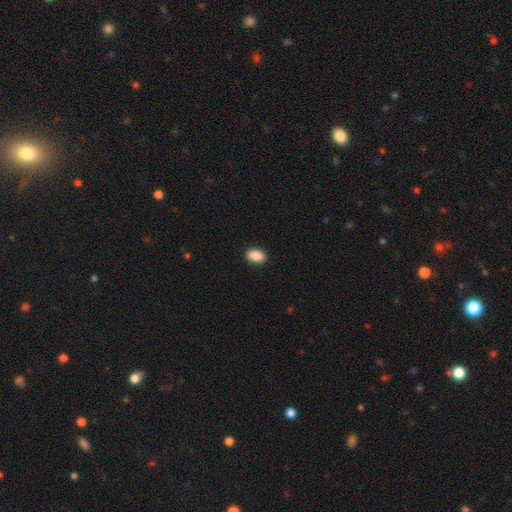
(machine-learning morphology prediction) Smooth or featured? Predicted: smooth (p=0.90). How rounded? Predicted: in between (p=0.88). Merging? Predicted: none (p=0.90).